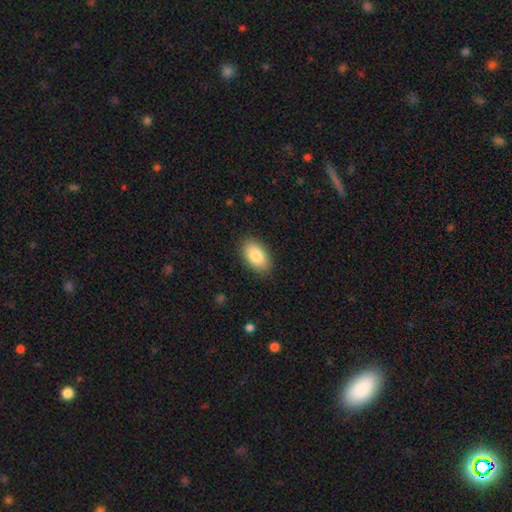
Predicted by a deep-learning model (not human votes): Morphology: type=smooth (84%); roundness=in between (94%); merging=none (88%).